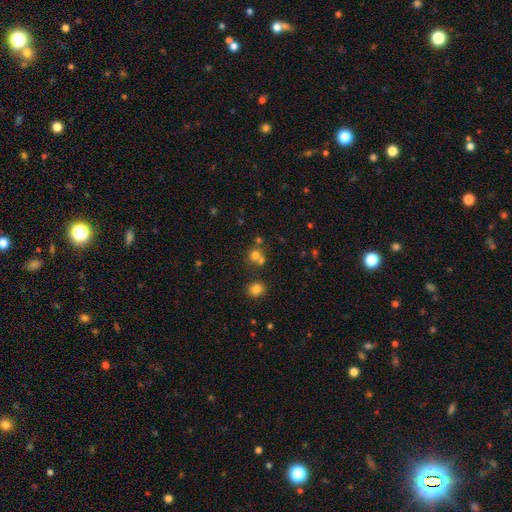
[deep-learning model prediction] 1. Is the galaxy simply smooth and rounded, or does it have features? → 71% smooth, 19% star or artifact, 11% featured or disk.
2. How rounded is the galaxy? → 84% round, 15% in between, 1% cigar-shaped.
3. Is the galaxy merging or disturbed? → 51% none, 38% merger, 7% minor disturbance, 4% major disturbance.